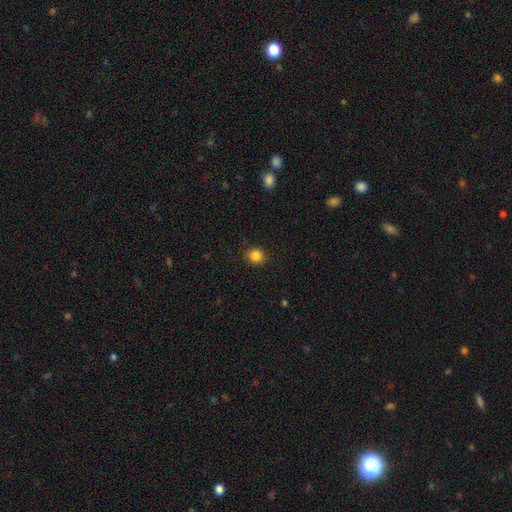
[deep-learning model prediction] smooth_or_featured: smooth (p=0.85) [alt: star or artifact p=0.11]
how_rounded: round (p=0.90) [alt: in between p=0.09]
merging: none (p=0.90) [alt: minor disturbance p=0.07]